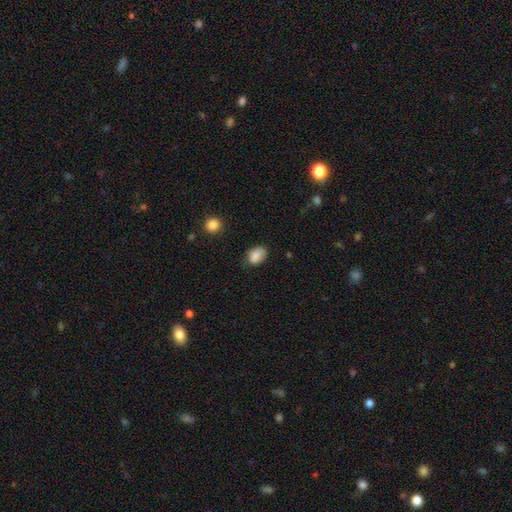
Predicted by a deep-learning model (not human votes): This is clearly a smooth galaxy (86%). How rounded: likely in between (79%). Merging: likely none (65%).